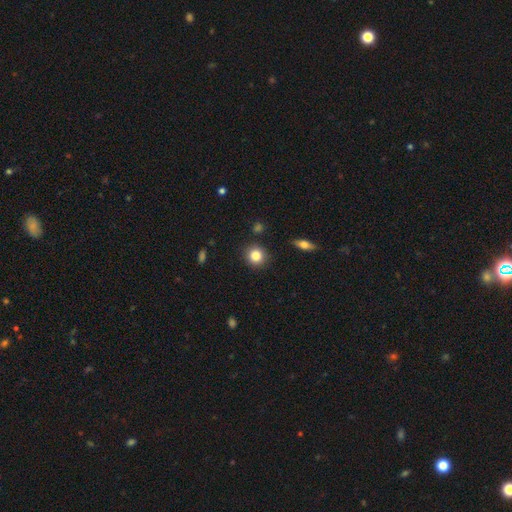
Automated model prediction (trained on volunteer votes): A smooth galaxy with no disk features (84%) that is round (90%).

Vote fractions:
- Smooth or featured? smooth: 84% / star or artifact: 10% / featured or disk: 6%
- How rounded? round: 90% / in between: 9% / cigar-shaped: 1%
- Merging? none: 89% / minor disturbance: 7% / major disturbance: 2% / merger: 2%